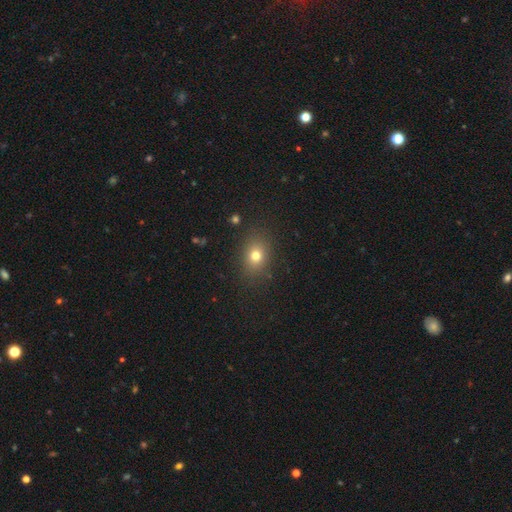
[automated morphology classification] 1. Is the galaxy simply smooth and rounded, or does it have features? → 75% smooth, 15% star or artifact, 10% featured or disk.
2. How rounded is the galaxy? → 51% in between, 48% round, 1% cigar-shaped.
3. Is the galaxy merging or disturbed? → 86% none, 9% minor disturbance, 4% major disturbance, 1% merger.